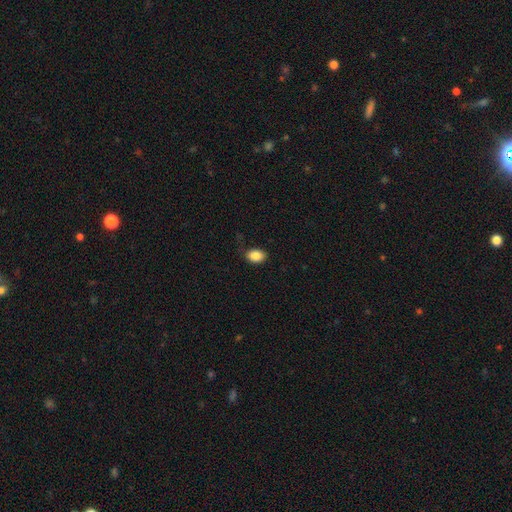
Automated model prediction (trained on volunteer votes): A smooth galaxy with no disk features (86%) that is in between round and cigar-shaped (76%). Merging: none (78%).